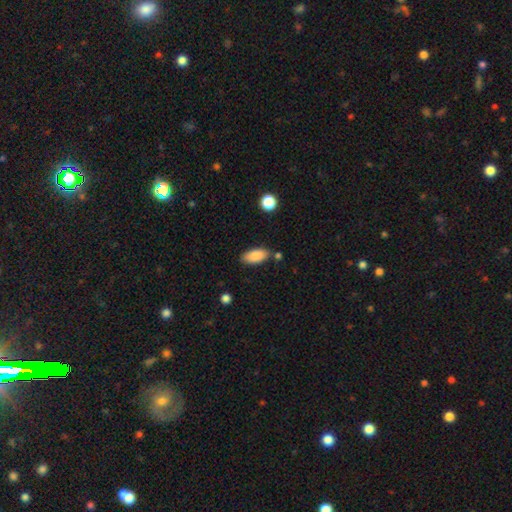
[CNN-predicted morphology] A smooth galaxy with no disk features (88%) that is in between round and cigar-shaped (90%).

Vote fractions:
- Smooth or featured? smooth: 88% / star or artifact: 7% / featured or disk: 6%
- How rounded? in between: 90% / cigar-shaped: 8% / round: 2%
- Merging? none: 76% / minor disturbance: 14% / merger: 6% / major disturbance: 3%